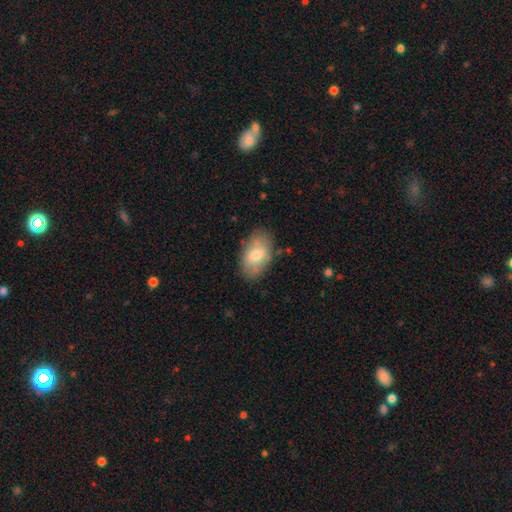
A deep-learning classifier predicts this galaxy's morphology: This is likely a smooth galaxy (71%). How rounded: clearly in between (91%). Merging: likely none (75%).